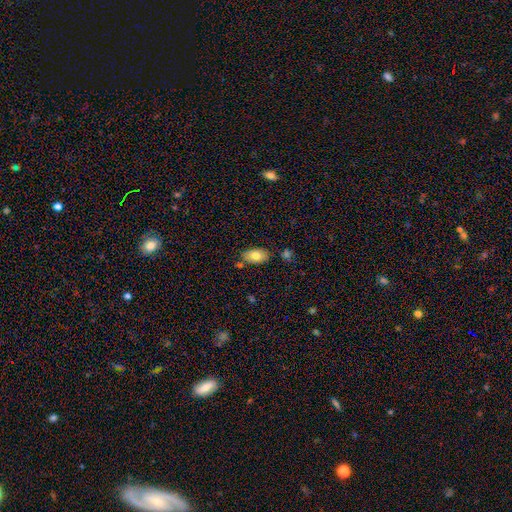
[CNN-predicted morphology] smooth_or_featured: smooth (p=0.77) [alt: featured or disk p=0.16]
how_rounded: in between (p=0.92) [alt: round p=0.05]
merging: none (p=0.79) [alt: minor disturbance p=0.14]